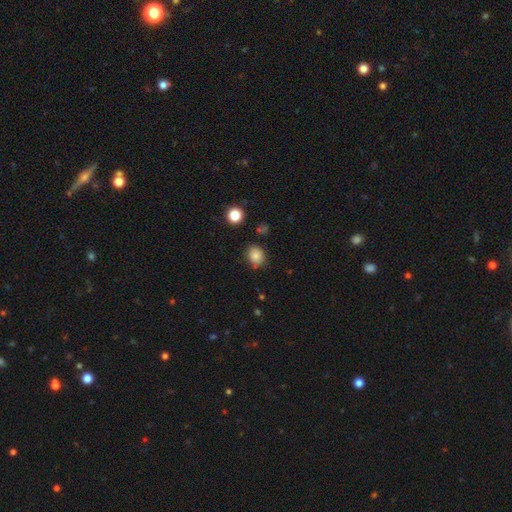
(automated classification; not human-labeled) Smooth or featured: smooth — 83% (star or artifact — 11%)
How rounded: round — 52% (in between — 47%)
Merging: none — 79% (minor disturbance — 15%)